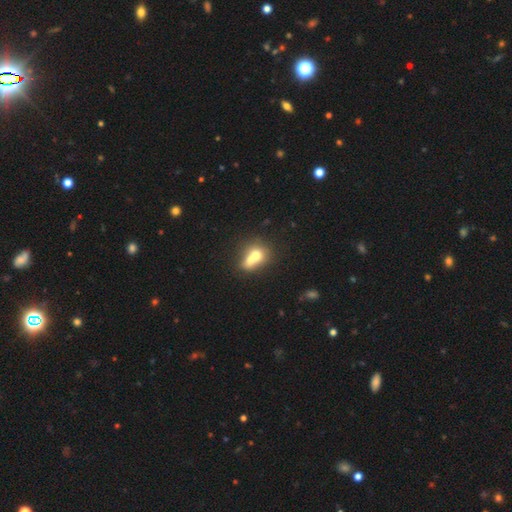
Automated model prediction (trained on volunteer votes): Q: Smooth or featured?
A: smooth (66%); runner-up: featured or disk (24%)
Q: How rounded?
A: round (56%); runner-up: in between (42%)
Q: Merging?
A: merger (64%); runner-up: none (23%)